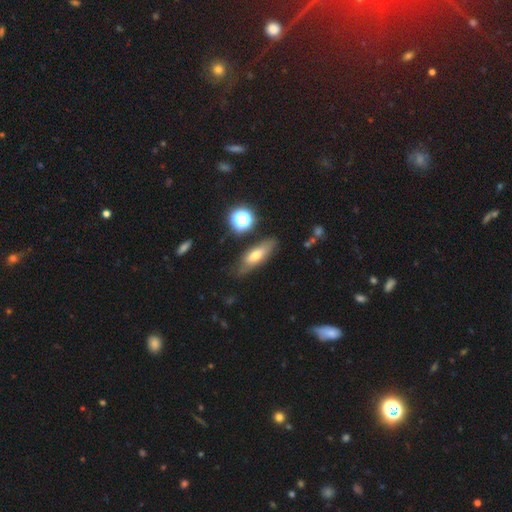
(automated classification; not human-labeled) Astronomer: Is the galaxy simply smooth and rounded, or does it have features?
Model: smooth — 59%.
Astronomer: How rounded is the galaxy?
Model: in between — 57% (runner-up: cigar-shaped, 37%).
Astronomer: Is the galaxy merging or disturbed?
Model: none — 71%.